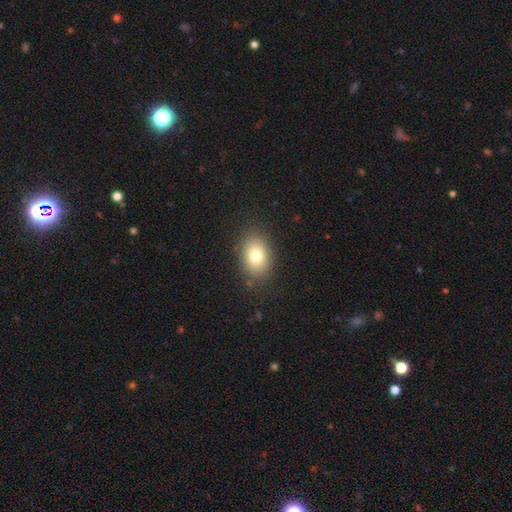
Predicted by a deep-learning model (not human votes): Smooth or featured?
  - smooth: 78% *
  - featured or disk: 12%
  - star or artifact: 11%
How rounded?
  - in between: 76% *
  - round: 23%
  - cigar-shaped: 1%
Merging?
  - none: 86% *
  - minor disturbance: 10%
  - major disturbance: 3%
  - merger: 1%